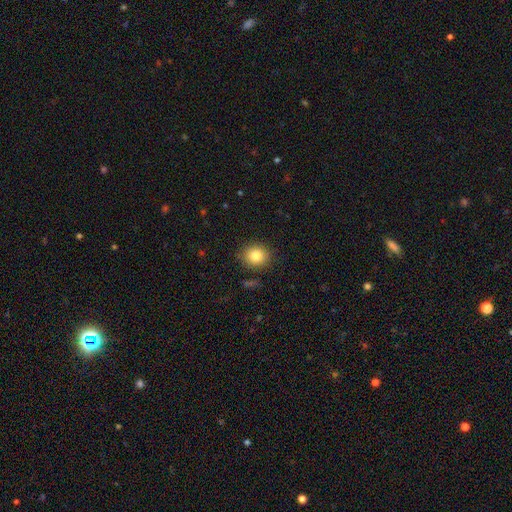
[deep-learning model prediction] A smooth galaxy with no disk features (83%) that is round (80%).

Vote fractions:
- Smooth or featured? smooth: 83% / star or artifact: 10% / featured or disk: 7%
- How rounded? round: 80% / in between: 19% / cigar-shaped: 1%
- Merging? none: 88% / minor disturbance: 8% / major disturbance: 2% / merger: 2%